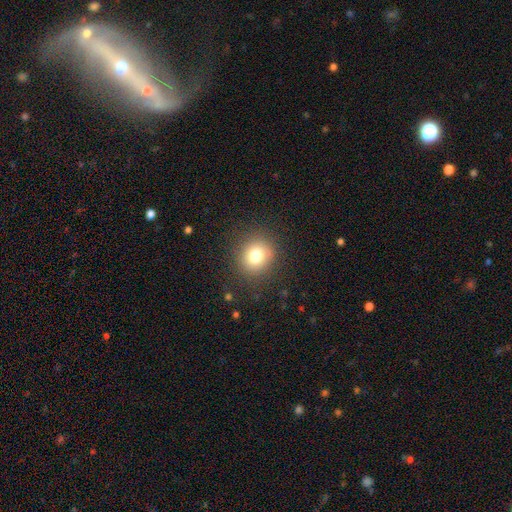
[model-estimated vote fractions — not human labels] Overall: smooth (76%). How rounded: round (84%). Merging: none (87%).